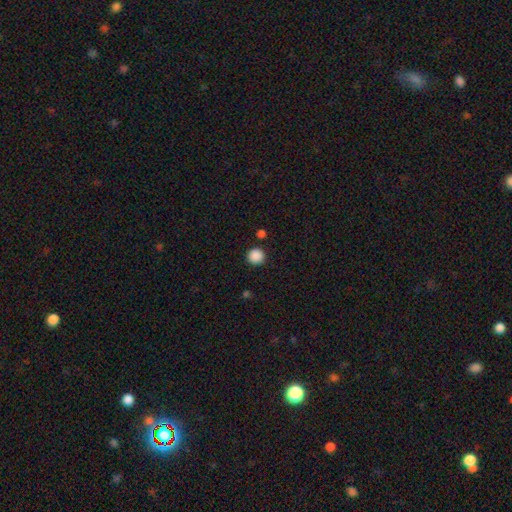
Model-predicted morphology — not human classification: Smooth or featured? smooth (88%)
How rounded? round (94%)
Merging? none (89%)